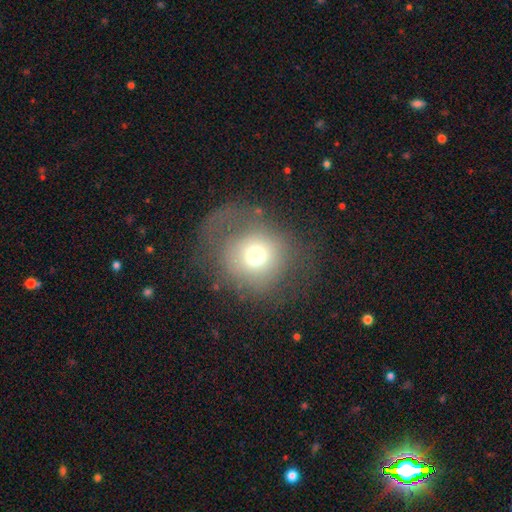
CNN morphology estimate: The model was most divided on "merging": none: 46%, major disturbance: 35%, minor disturbance: 17%, merger: 2%. More confident: how rounded — round (90%); smooth or featured — smooth (64%).